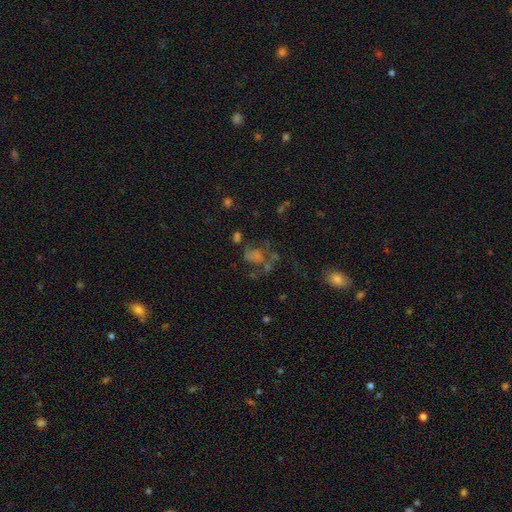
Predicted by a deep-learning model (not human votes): smooth_or_featured: featured or disk (p=0.40) [alt: smooth p=0.30]
merging: none (p=0.37) [alt: major disturbance p=0.34]